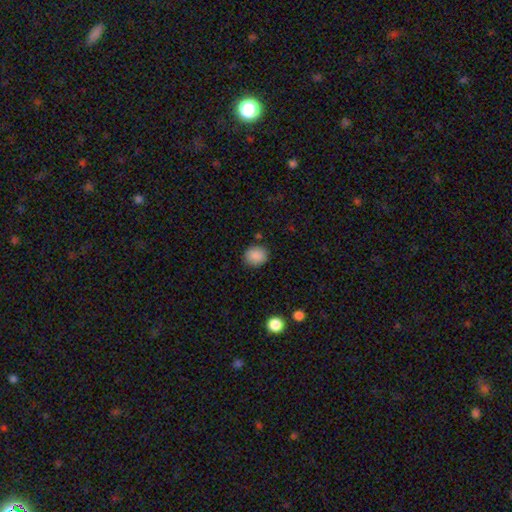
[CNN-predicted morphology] type=smooth (88%); roundness=round (71%); merging=none (85%).